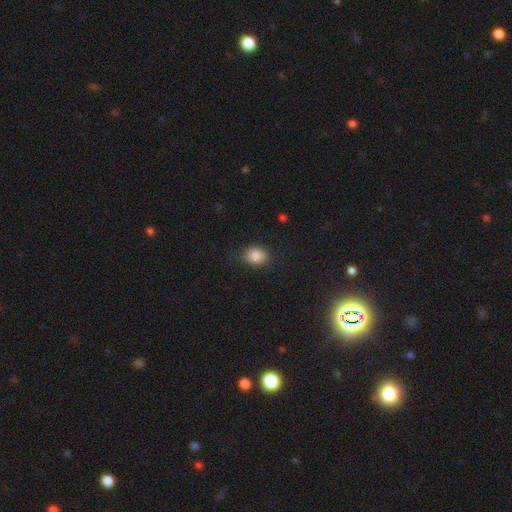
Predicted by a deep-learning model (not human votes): A smooth galaxy with no disk features (86%) that is in between round and cigar-shaped (59%). Merging: none (78%).